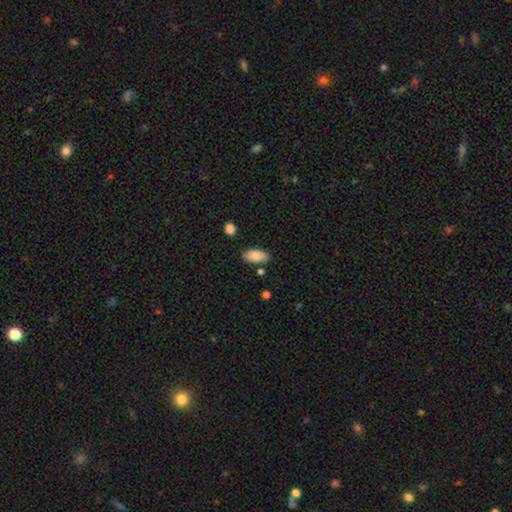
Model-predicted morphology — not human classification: The model was most divided on "merging": none: 81%, minor disturbance: 12%, merger: 4%, major disturbance: 3%. More confident: how rounded — in between (93%); smooth or featured — smooth (86%).